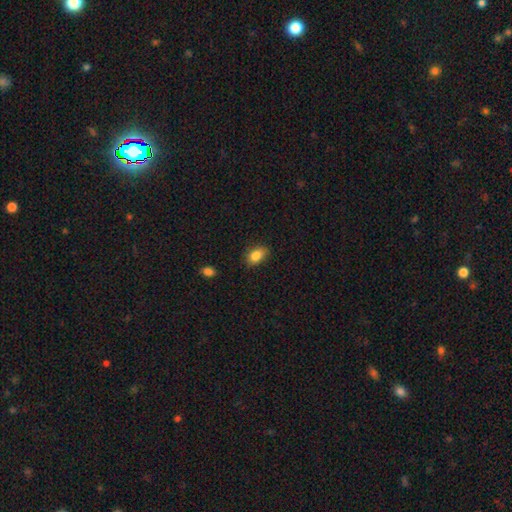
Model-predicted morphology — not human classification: Smooth or featured? smooth (84%)
How rounded? in between (82%)
Merging? none (78%)